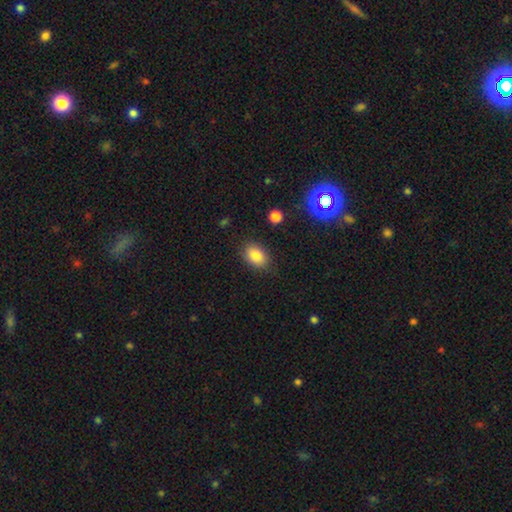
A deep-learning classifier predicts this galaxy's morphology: This is clearly a smooth galaxy (84%). How rounded: clearly in between (81%). Merging: clearly none (84%).